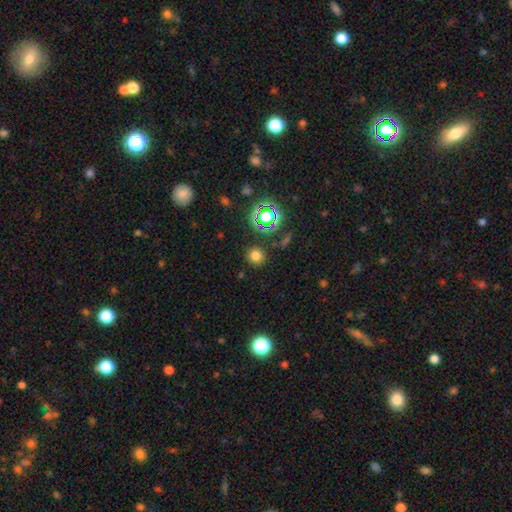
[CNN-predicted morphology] smooth-or-featured: smooth: 73% | star or artifact: 21% | featured or disk: 6%
  how-rounded: round: 91% | in between: 8% | cigar-shaped: 1%
  merging: none: 87% | minor disturbance: 7% | merger: 3% | major disturbance: 3%